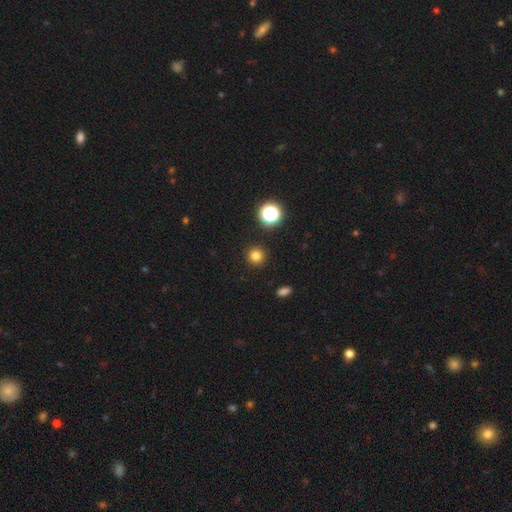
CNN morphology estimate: This is likely a smooth galaxy (80%). How rounded: clearly round (94%). Merging: clearly none (92%).